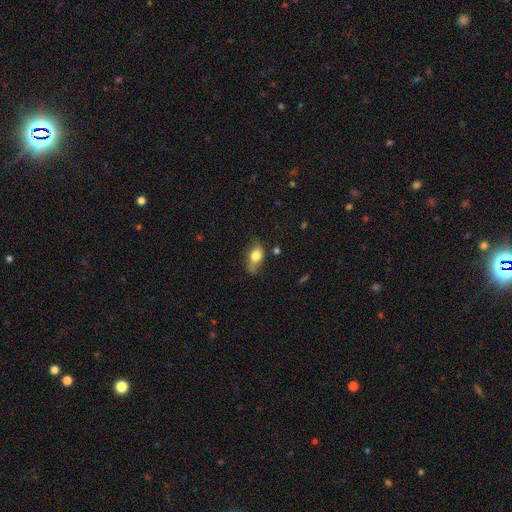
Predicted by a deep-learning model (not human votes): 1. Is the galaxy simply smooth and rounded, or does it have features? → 71% smooth, 20% featured or disk, 8% star or artifact.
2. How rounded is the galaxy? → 79% in between, 15% round, 6% cigar-shaped.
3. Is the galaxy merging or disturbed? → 56% none, 30% minor disturbance, 9% major disturbance, 4% merger.